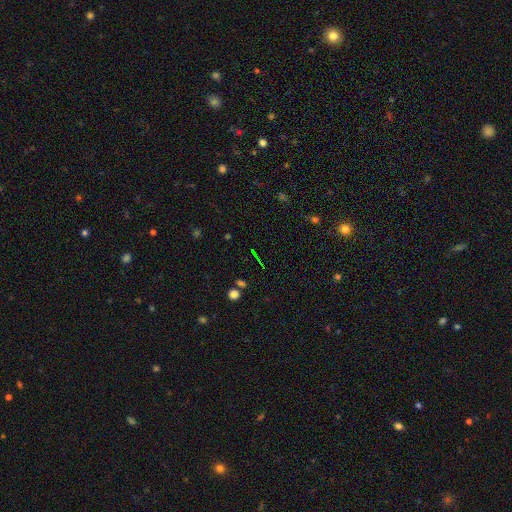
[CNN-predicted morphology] smooth_or_featured: star or artifact (p=0.58) [alt: smooth p=0.25]